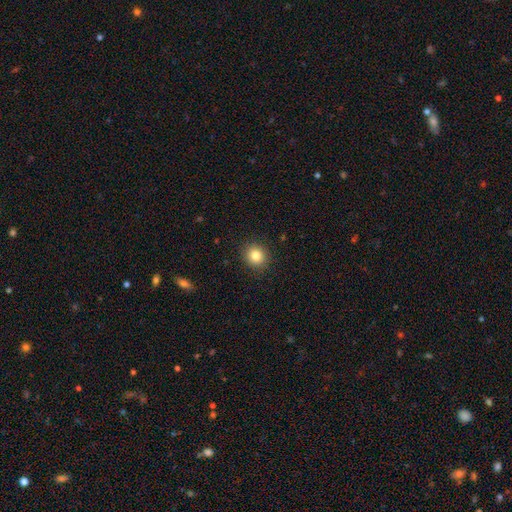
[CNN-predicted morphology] A smooth galaxy with no disk features (83%) that is round (88%). Merging: none (91%).